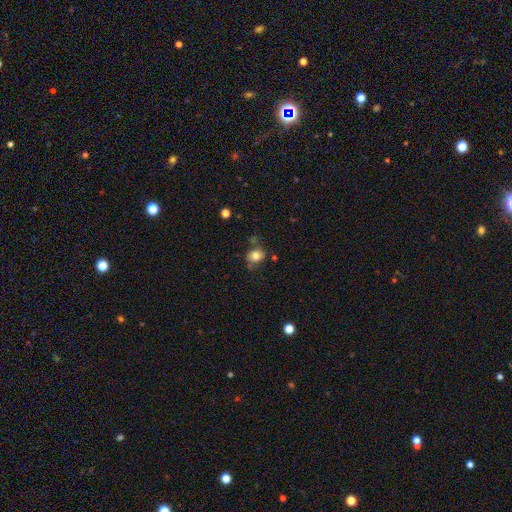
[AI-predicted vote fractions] Smooth or featured? Predicted: smooth (p=0.77). How rounded? Predicted: round (p=0.63). Merging? Predicted: none (p=0.58).